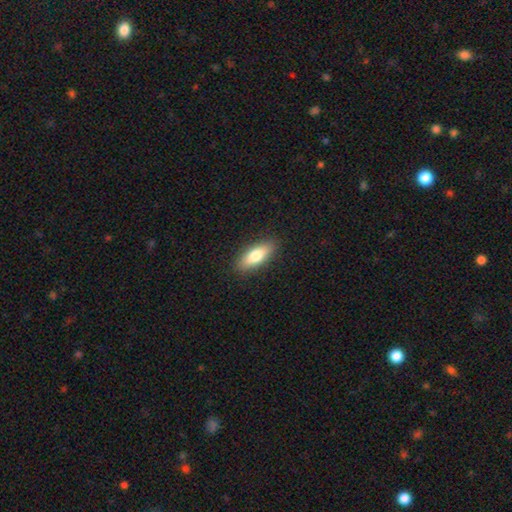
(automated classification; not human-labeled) Q: Smooth or featured?
A: smooth (78%); runner-up: featured or disk (16%)
Q: How rounded?
A: in between (70%); runner-up: cigar-shaped (27%)
Q: Merging?
A: none (89%); runner-up: minor disturbance (8%)